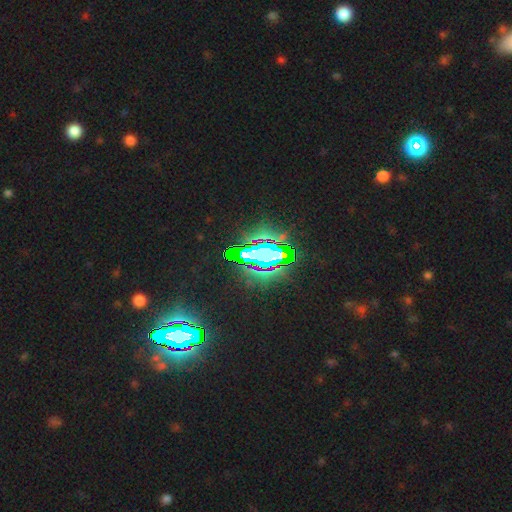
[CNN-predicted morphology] A star or artifact, not a galaxy (65%).

Vote fractions:
- Smooth or featured? star or artifact: 65% / featured or disk: 20% / smooth: 14%